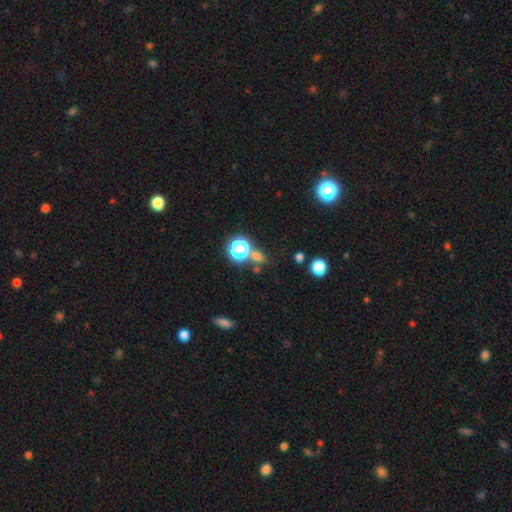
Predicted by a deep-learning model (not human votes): This appears to be a smooth galaxy with no disk features (60%) that is round (66%). Merging: none (66%).